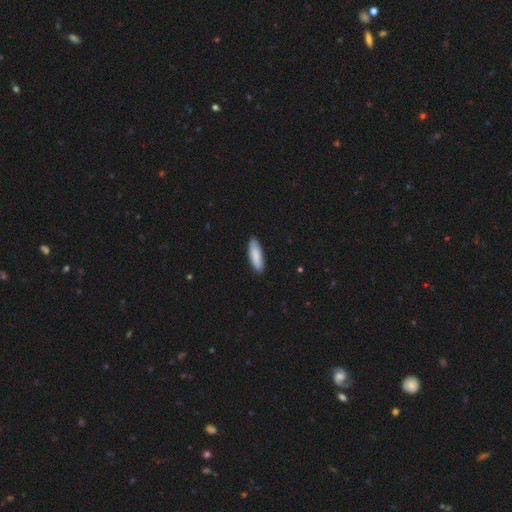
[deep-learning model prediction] smooth-or-featured: smooth: 88% | featured or disk: 7% | star or artifact: 5%
  how-rounded: in between: 52% | cigar-shaped: 47% | round: 1%
  merging: none: 87% | minor disturbance: 10% | major disturbance: 2% | merger: 1%